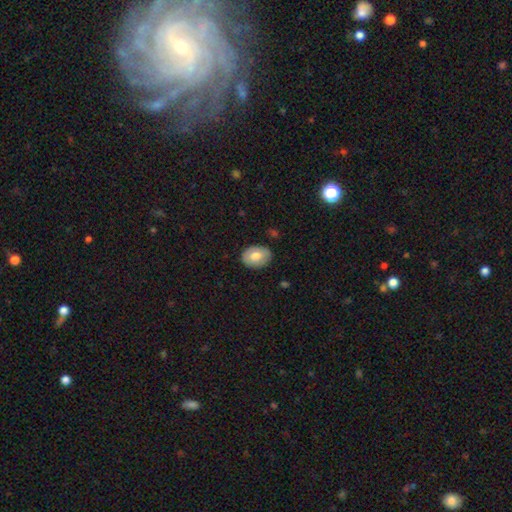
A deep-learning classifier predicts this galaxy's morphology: Smooth or featured: smooth — 71% (featured or disk — 22%)
How rounded: in between — 72% (round — 27%)
Merging: none — 85% (minor disturbance — 12%)